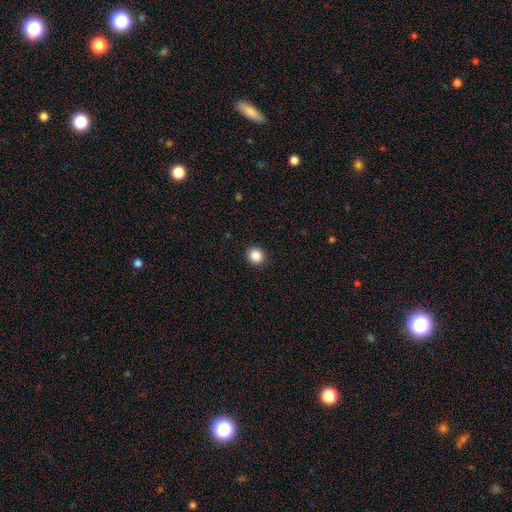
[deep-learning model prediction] A smooth galaxy with no disk features (87%) that is round (88%).

Vote fractions:
- Smooth or featured? smooth: 87% / star or artifact: 10% / featured or disk: 3%
- How rounded? round: 88% / in between: 11% / cigar-shaped: 1%
- Merging? none: 92% / minor disturbance: 5% / major disturbance: 2% / merger: 1%